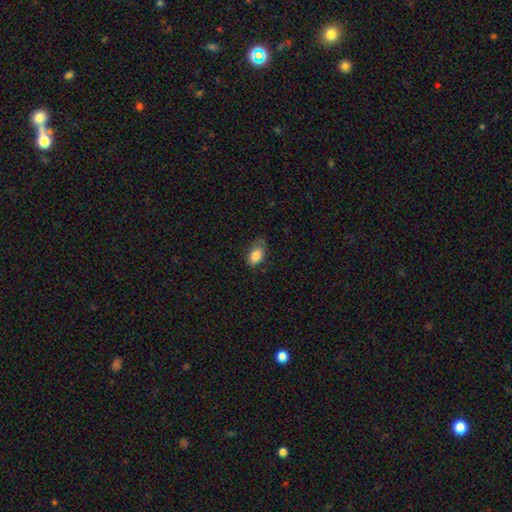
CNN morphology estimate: Smooth or featured? Predicted: smooth (p=0.82). How rounded? Predicted: in between (p=0.91). Merging? Predicted: none (p=0.52).